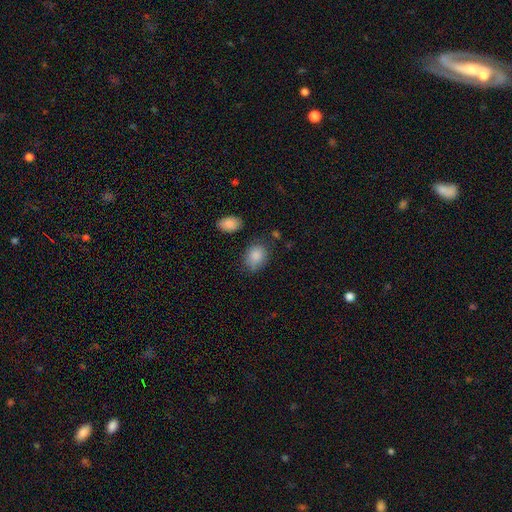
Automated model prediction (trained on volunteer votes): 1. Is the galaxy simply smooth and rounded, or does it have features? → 87% smooth, 8% star or artifact, 6% featured or disk.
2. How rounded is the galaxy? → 68% in between, 31% round, 1% cigar-shaped.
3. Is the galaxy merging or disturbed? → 66% none, 23% minor disturbance, 6% major disturbance, 4% merger.